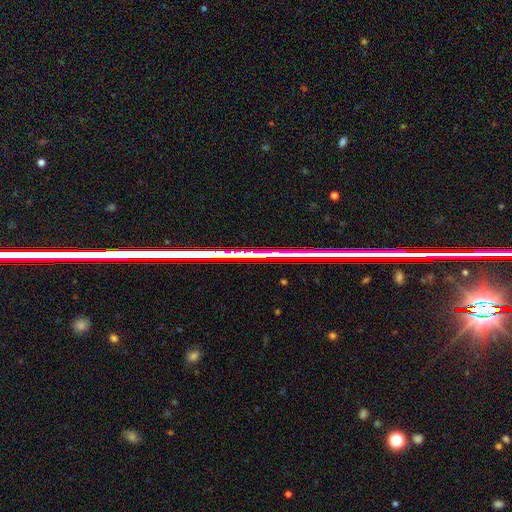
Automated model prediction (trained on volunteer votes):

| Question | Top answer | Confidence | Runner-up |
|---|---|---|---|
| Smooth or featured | star or artifact | 79% | featured or disk (13%) |